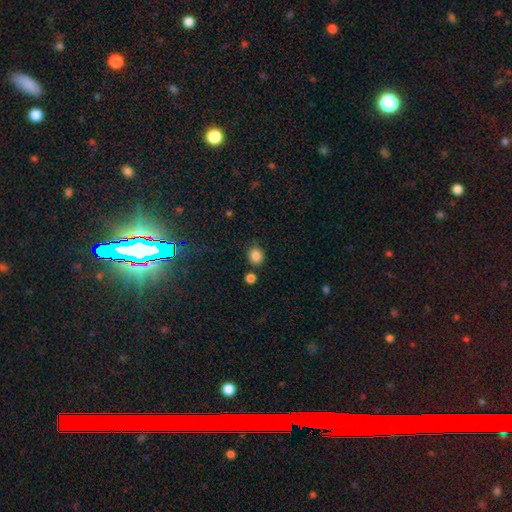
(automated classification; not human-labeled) Overall: smooth (85%). How rounded: round (73%). Merging: none (81%).